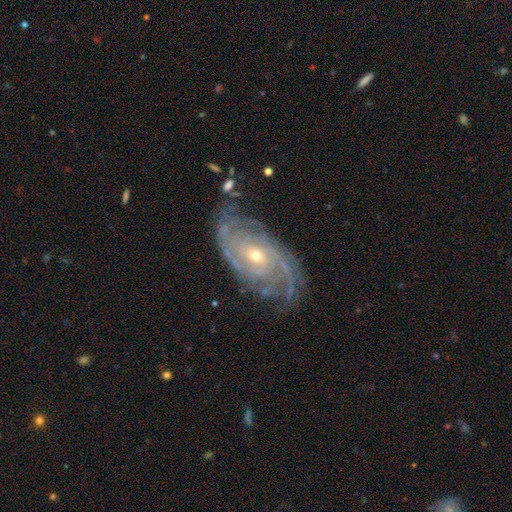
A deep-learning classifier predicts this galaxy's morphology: This is clearly a featured or disk galaxy (89%). It is clearly not viewed edge-on (95%). Bar: likely no (62%). Spiral arm pattern: clearly yes (98%). Spiral arm count: marginally 2 (29%). Spiral winding: likely tight (63%). Central bulge: possibly small (52%). Merging: likely none (73%).